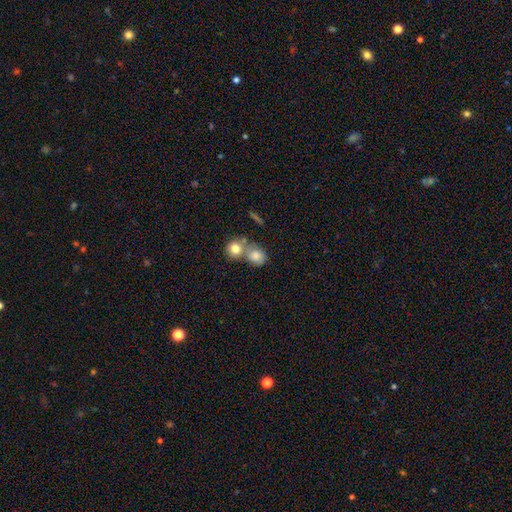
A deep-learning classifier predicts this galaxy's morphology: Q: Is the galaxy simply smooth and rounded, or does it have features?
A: smooth — 78%.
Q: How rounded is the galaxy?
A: round — 60%.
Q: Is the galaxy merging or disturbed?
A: merger — 56%.